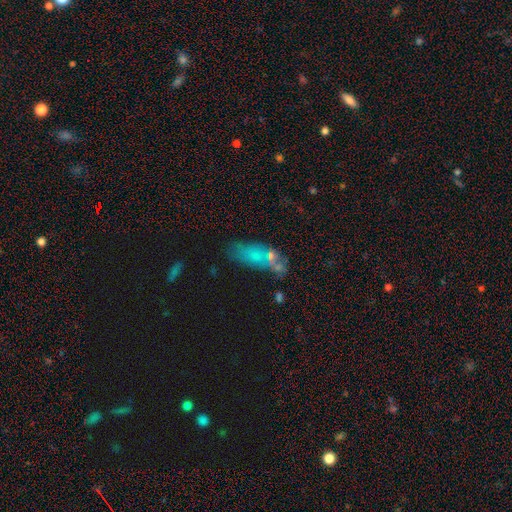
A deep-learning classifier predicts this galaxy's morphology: Smooth or featured: smooth — 60% (featured or disk — 24%)
How rounded: in between — 74% (cigar-shaped — 20%)
Merging: none — 46% (minor disturbance — 21%)